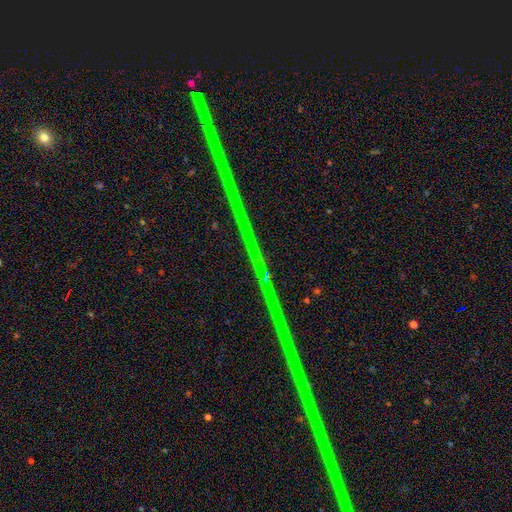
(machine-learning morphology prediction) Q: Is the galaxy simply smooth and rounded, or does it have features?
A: star or artifact — 68%.